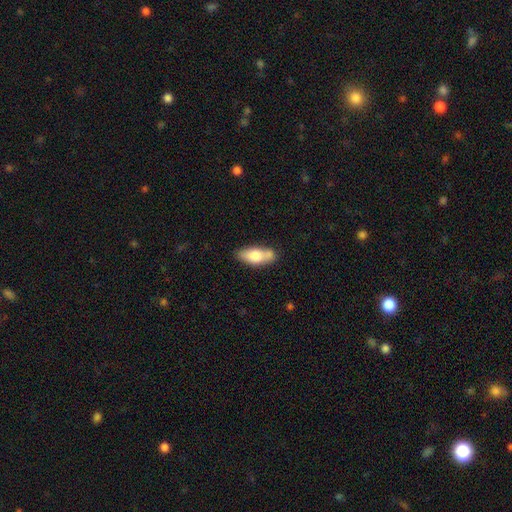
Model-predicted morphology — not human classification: Overall: smooth (72%). How rounded: in between (75%). Merging: none (60%; minor disturbance 20%).